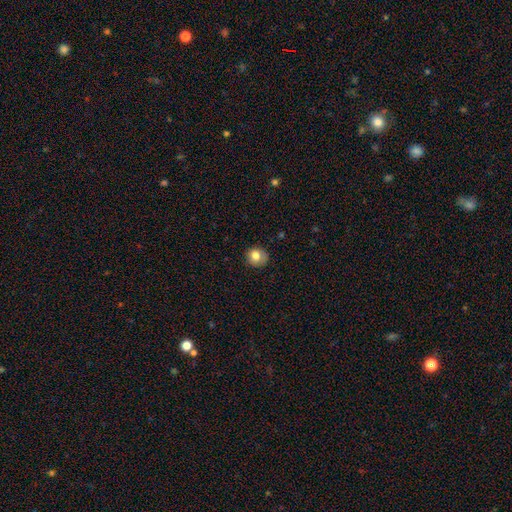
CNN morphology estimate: smooth-or-featured: smooth: 78% | featured or disk: 12% | star or artifact: 10%
  how-rounded: round: 86% | in between: 13% | cigar-shaped: 1%
  merging: none: 80% | minor disturbance: 15% | major disturbance: 4% | merger: 1%